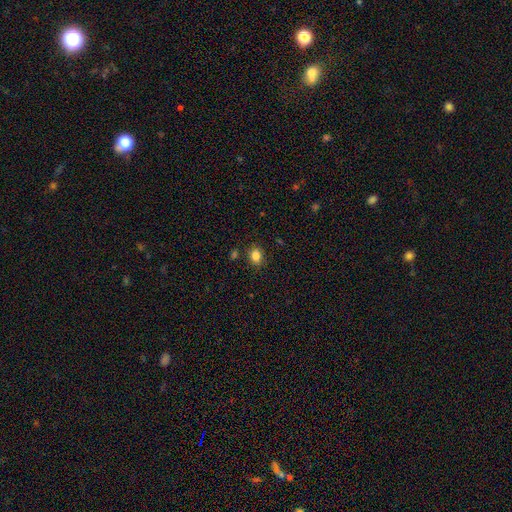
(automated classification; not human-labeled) Overall: smooth (84%). How rounded: in between (54%; round 45%). Merging: none (84%).